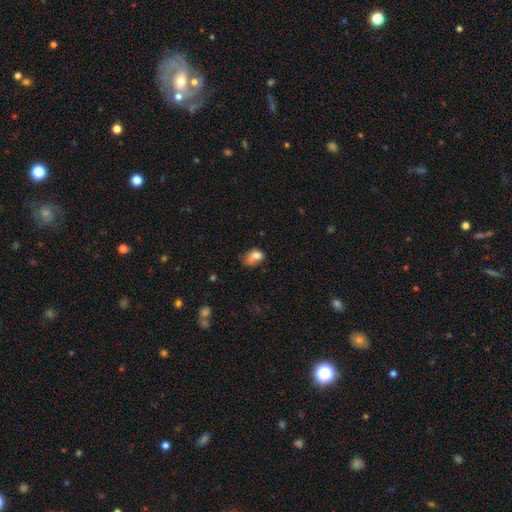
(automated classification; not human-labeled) Smooth or featured? smooth (78%)
How rounded? in between (74%)
Merging? minor disturbance (39%)